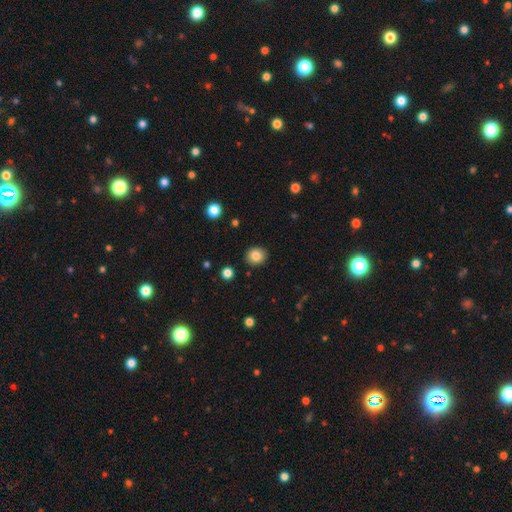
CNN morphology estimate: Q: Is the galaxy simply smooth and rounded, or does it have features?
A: smooth — 83%.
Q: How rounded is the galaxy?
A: round — 78%.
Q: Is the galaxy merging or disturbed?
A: none — 90%.